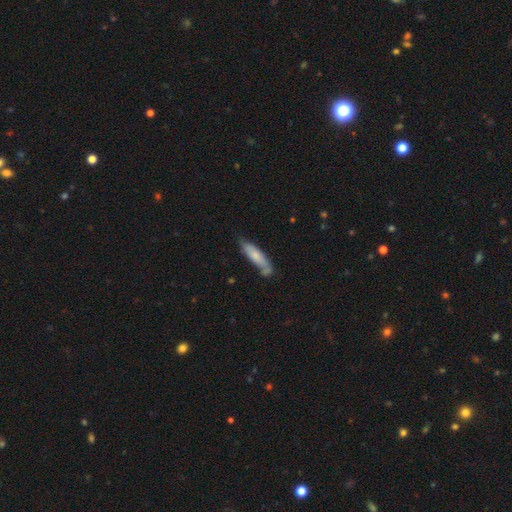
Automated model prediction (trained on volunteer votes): smooth 67%, featured or disk 27%, star or artifact 6%. Down the decision tree: how rounded — cigar-shaped (69%); merging — none (59%).